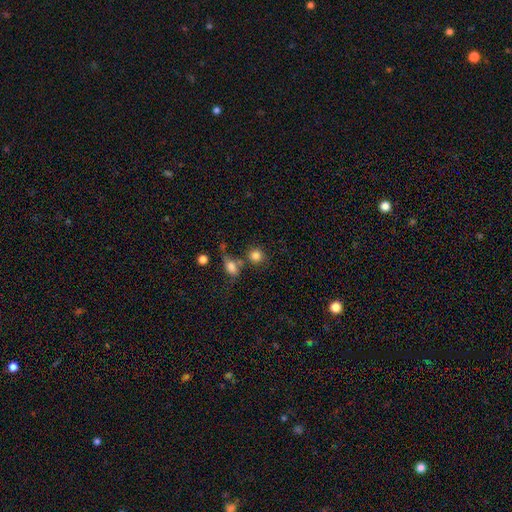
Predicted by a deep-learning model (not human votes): This appears to be a smooth galaxy with no disk features (83%) that is round (85%). Merging: none (65%).